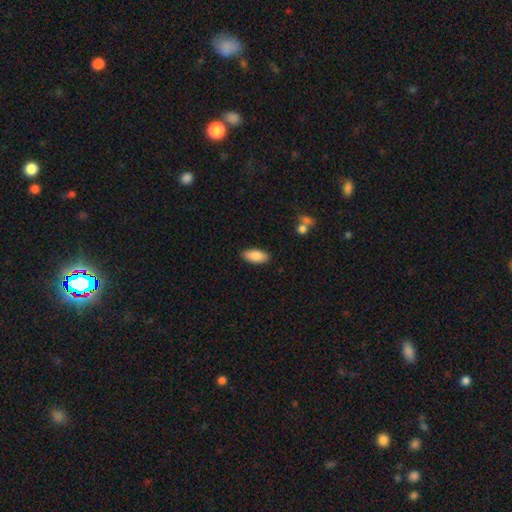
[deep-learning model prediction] Morphology: type=smooth (87%); roundness=in between (88%); merging=none (87%).